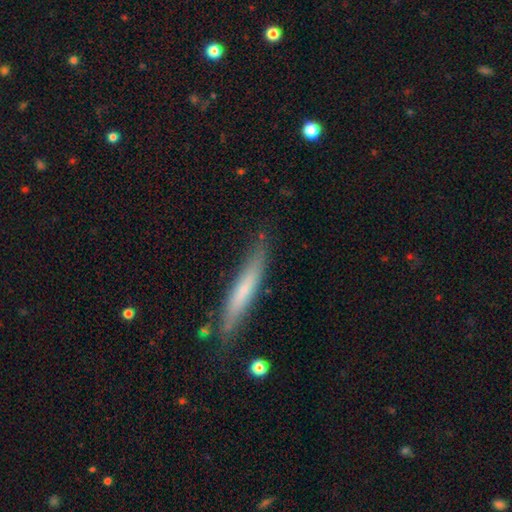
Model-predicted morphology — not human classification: Q: Smooth or featured?
A: smooth (51%); runner-up: featured or disk (42%)
Q: How rounded?
A: cigar-shaped (94%); runner-up: in between (5%)
Q: Merging?
A: none (78%); runner-up: minor disturbance (16%)